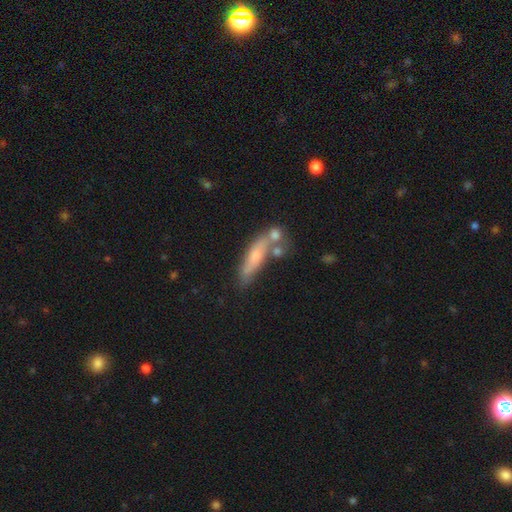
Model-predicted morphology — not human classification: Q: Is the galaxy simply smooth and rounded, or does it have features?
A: smooth — 54%.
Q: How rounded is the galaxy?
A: cigar-shaped — 76%.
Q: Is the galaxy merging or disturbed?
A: none — 51%.